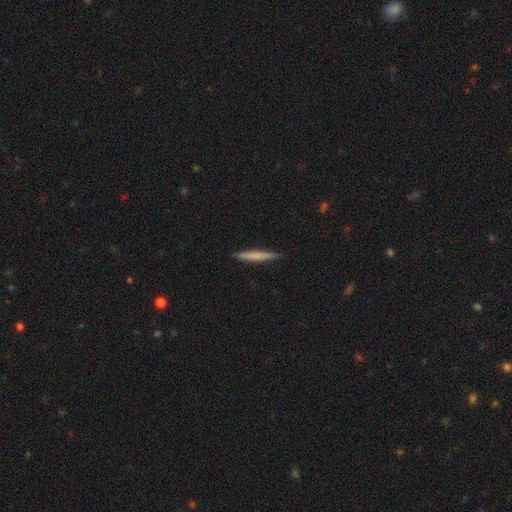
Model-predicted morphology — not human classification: The model was most divided on "smooth or featured": smooth: 66%, featured or disk: 28%, star or artifact: 6%. More confident: how rounded — cigar-shaped (95%); merging — none (90%).